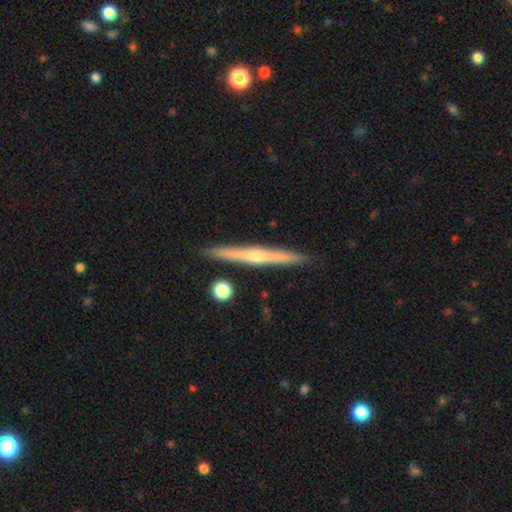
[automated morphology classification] A featured or disk galaxy (69%) viewed edge-on (98%) with a rounded central bulge (76%).

Vote fractions:
- Smooth or featured? featured or disk: 69% / smooth: 24% / star or artifact: 6%
- Edge-on disk? yes: 98% / no: 2%
- Edge-on bulge? rounded: 76% / none: 20% / boxy: 3%
- Merging? none: 90% / minor disturbance: 6% / merger: 2% / major disturbance: 1%